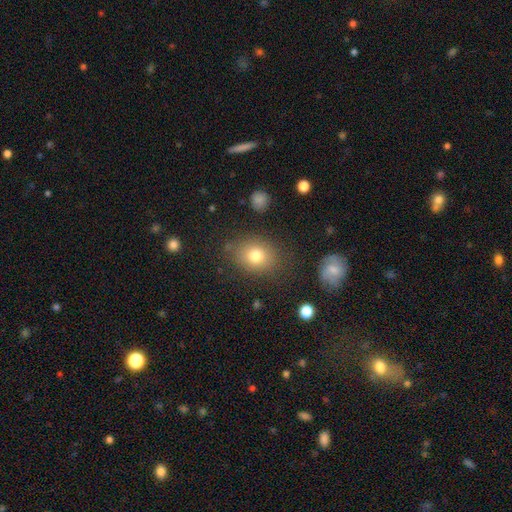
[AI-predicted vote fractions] smooth 78%, star or artifact 12%, featured or disk 10%. Down the decision tree: how rounded — round (51%); merging — none (78%).